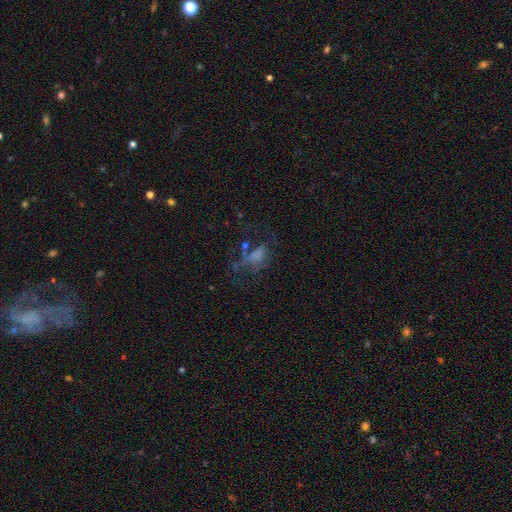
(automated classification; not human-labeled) Overall: smooth (41%; featured or disk 35%). Merging: major disturbance (44%; none 31%).